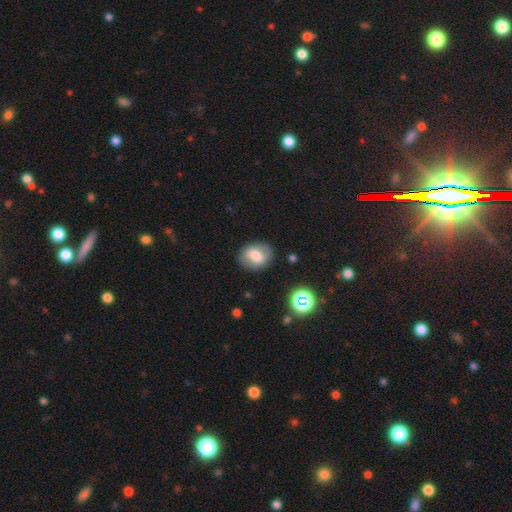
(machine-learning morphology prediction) Q: Smooth or featured?
A: smooth (58%); runner-up: featured or disk (32%)
Q: How rounded?
A: in between (52%); runner-up: round (47%)
Q: Merging?
A: none (82%); runner-up: minor disturbance (12%)